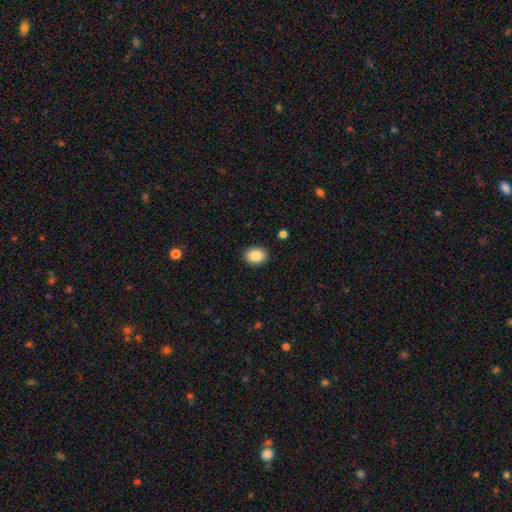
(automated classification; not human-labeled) A smooth galaxy with no disk features (88%) that is in between round and cigar-shaped (64%).

Vote fractions:
- Smooth or featured? smooth: 88% / star or artifact: 8% / featured or disk: 4%
- How rounded? in between: 64% / round: 35% / cigar-shaped: 1%
- Merging? none: 89% / minor disturbance: 7% / major disturbance: 2% / merger: 1%